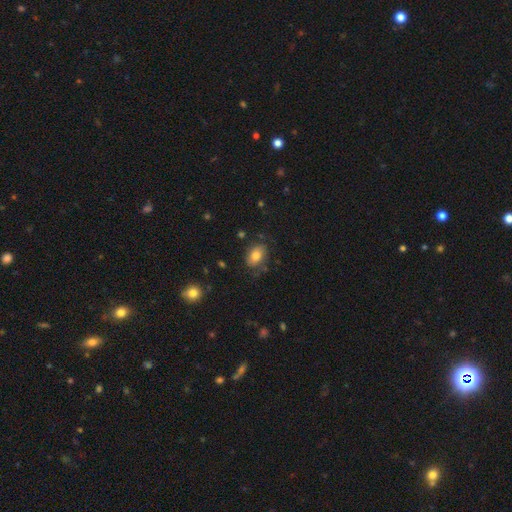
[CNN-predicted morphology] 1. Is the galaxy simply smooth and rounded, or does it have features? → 75% smooth, 15% featured or disk, 9% star or artifact.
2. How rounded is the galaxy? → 81% in between, 18% round, 1% cigar-shaped.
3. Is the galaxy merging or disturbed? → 72% none, 19% minor disturbance, 6% major disturbance, 2% merger.